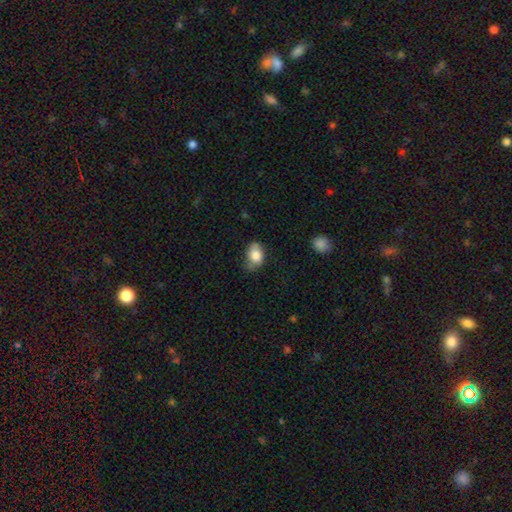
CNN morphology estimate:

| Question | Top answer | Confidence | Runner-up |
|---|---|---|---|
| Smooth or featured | smooth | 81% | featured or disk (11%) |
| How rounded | in between | 81% | round (17%) |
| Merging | none | 50% | minor disturbance (37%) |